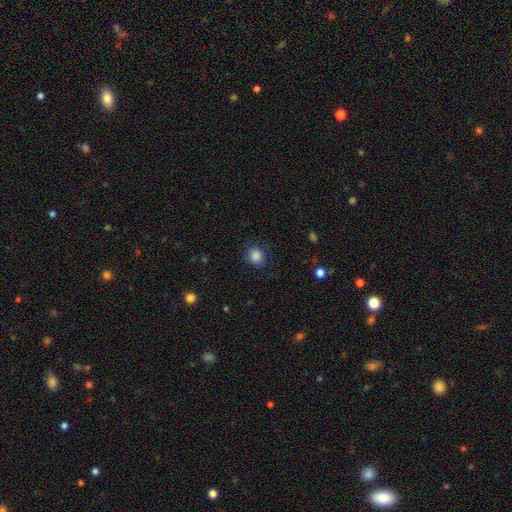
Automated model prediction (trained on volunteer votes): Smooth or featured? smooth (86%)
How rounded? round (73%)
Merging? none (84%)